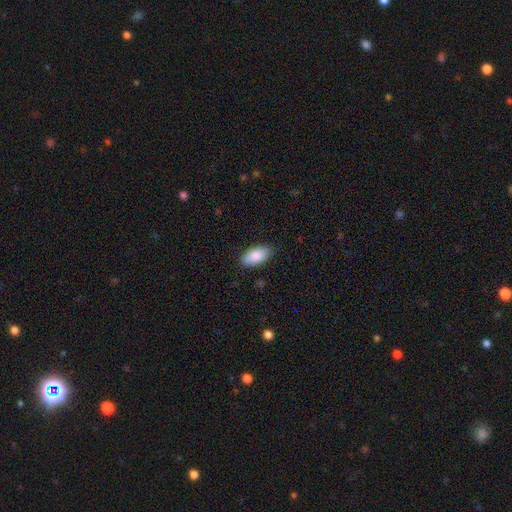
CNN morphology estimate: A smooth galaxy with no disk features (88%) that is in between round and cigar-shaped (93%).

Vote fractions:
- Smooth or featured? smooth: 88% / star or artifact: 6% / featured or disk: 6%
- How rounded? in between: 93% / cigar-shaped: 4% / round: 2%
- Merging? none: 85% / minor disturbance: 12% / major disturbance: 2% / merger: 1%